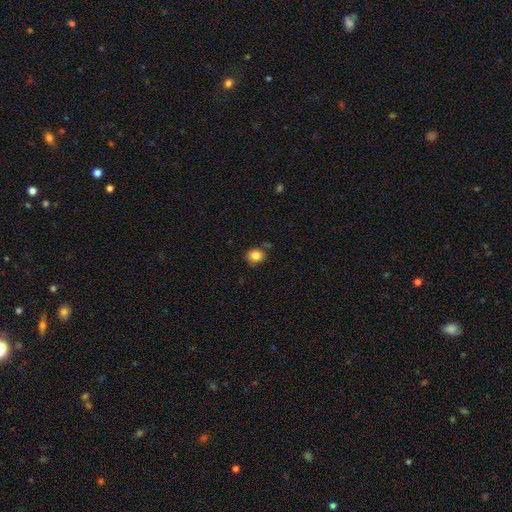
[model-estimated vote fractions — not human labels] smooth 83%, star or artifact 10%, featured or disk 6%. Down the decision tree: how rounded — round (69%); merging — none (80%).